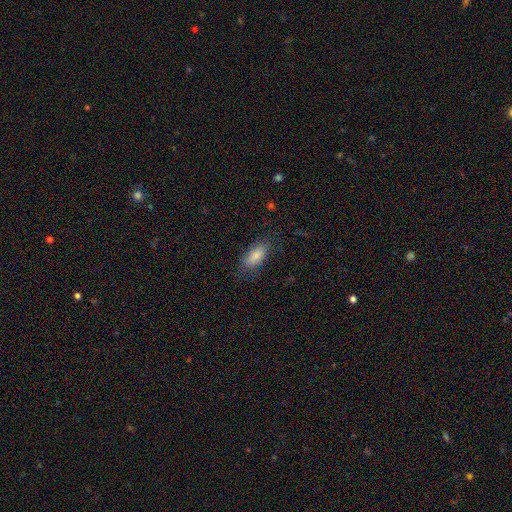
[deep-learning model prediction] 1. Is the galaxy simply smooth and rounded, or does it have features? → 81% smooth, 12% featured or disk, 7% star or artifact.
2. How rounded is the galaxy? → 86% in between, 11% cigar-shaped, 3% round.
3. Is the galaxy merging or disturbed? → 74% none, 18% minor disturbance, 7% major disturbance, 1% merger.